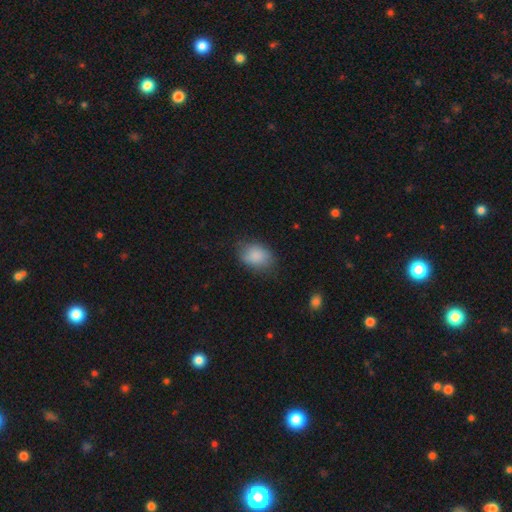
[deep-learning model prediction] smooth-or-featured: smooth: 86% | star or artifact: 7% | featured or disk: 7%
  how-rounded: in between: 74% | round: 24% | cigar-shaped: 1%
  merging: none: 71% | minor disturbance: 22% | major disturbance: 6% | merger: 1%